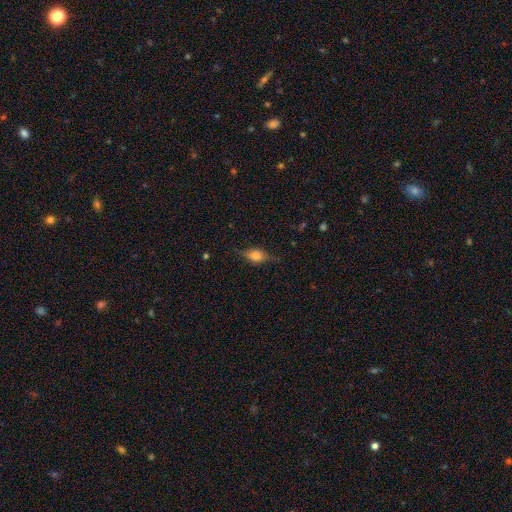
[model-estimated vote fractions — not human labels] Smooth or featured? smooth (50%)
Merging? none (72%)